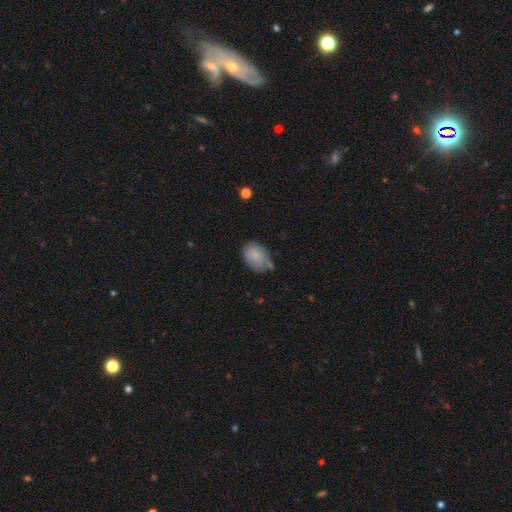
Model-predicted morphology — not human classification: A smooth galaxy with no disk features (81%) that is in between round and cigar-shaped (78%). Merging: none (53%).